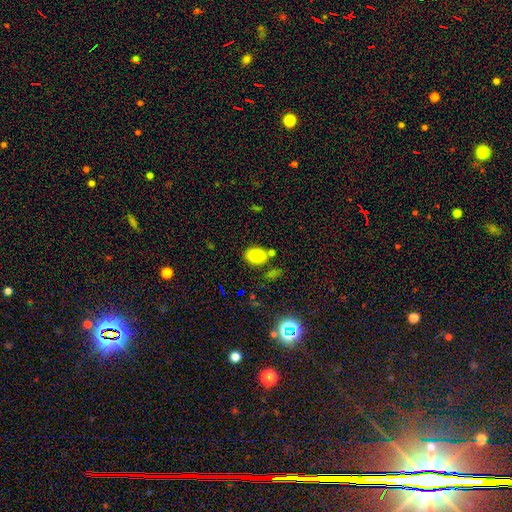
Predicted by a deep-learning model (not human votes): This is likely a smooth galaxy (80%). How rounded: likely in between (65%). Merging: likely none (71%).